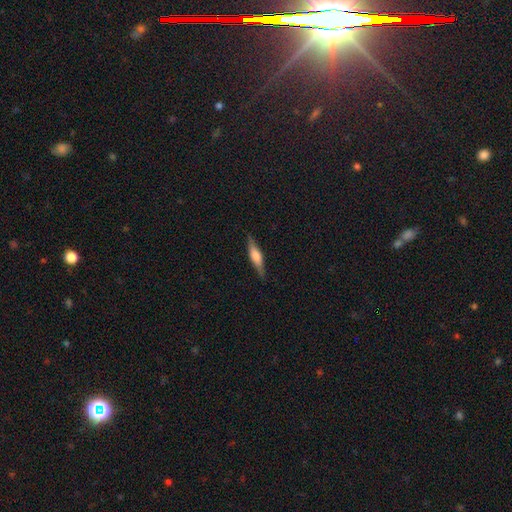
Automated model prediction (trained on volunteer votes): This is possibly a featured or disk galaxy (47%, tied with smooth). Merging: clearly none (87%).